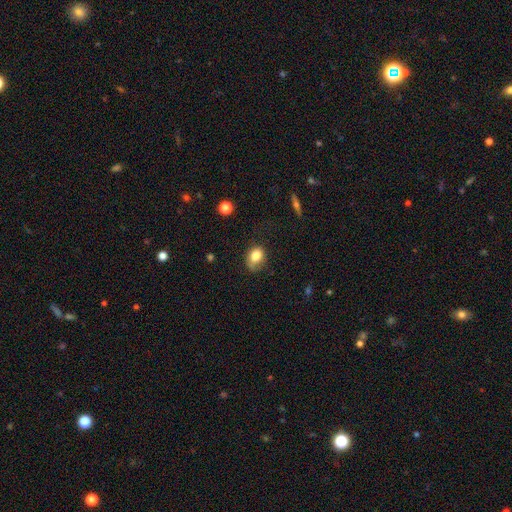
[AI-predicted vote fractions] Smooth or featured: smooth — 79% (featured or disk — 11%)
How rounded: in between — 60% (round — 39%)
Merging: none — 51% (minor disturbance — 33%)